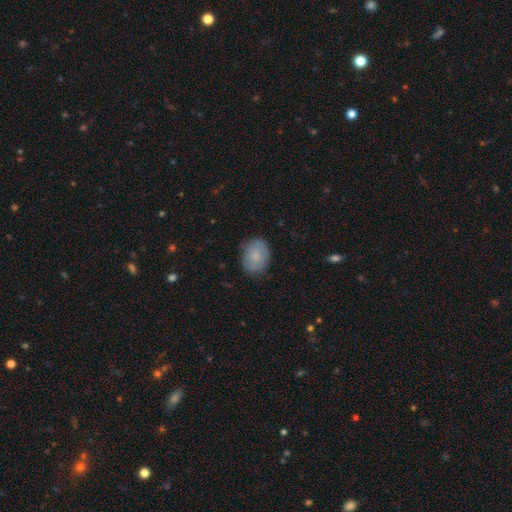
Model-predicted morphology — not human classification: smooth-or-featured: smooth: 80% | featured or disk: 13% | star or artifact: 7%
  how-rounded: in between: 60% | round: 39% | cigar-shaped: 1%
  merging: none: 79% | minor disturbance: 16% | major disturbance: 4% | merger: 1%